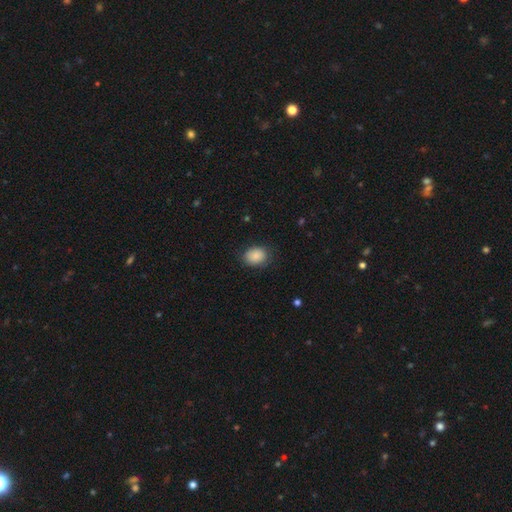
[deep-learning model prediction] smooth 88%, star or artifact 8%, featured or disk 4%. Down the decision tree: how rounded — in between (63%); merging — none (81%).